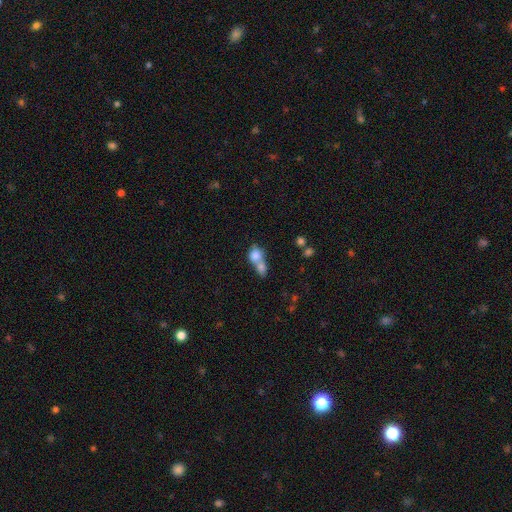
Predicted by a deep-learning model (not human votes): The model was most divided on "how rounded": round: 60%, in between: 38%, cigar-shaped: 2%. More confident: smooth or featured — smooth (77%); merging — merger (71%).